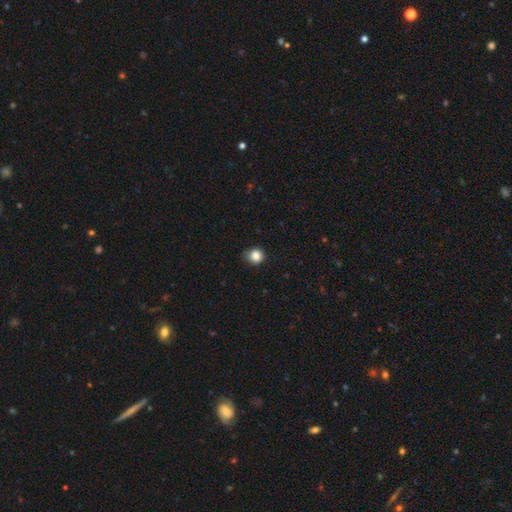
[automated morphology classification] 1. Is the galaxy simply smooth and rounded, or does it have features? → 84% smooth, 11% star or artifact, 5% featured or disk.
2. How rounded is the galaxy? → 84% round, 15% in between, 1% cigar-shaped.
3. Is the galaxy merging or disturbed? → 78% none, 18% minor disturbance, 3% major disturbance, 1% merger.